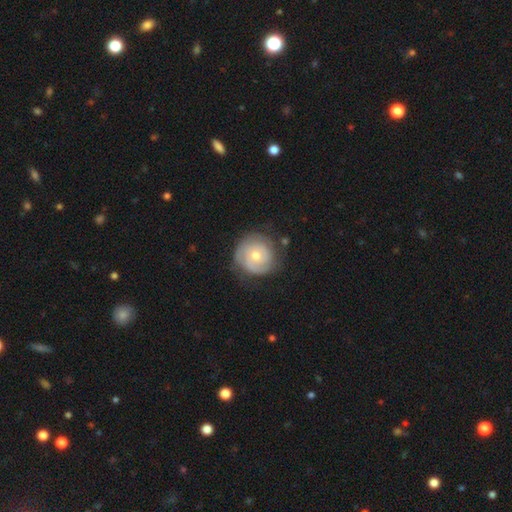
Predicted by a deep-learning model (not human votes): This is likely a featured or disk galaxy (67%). It is clearly not viewed edge-on (98%). Bar: likely no (80%). Spiral arm pattern: clearly yes (85%). Spiral arm count: marginally can't tell (36%). Spiral winding: likely tight (72%). Central bulge: possibly moderate (54%). Merging: likely none (74%).